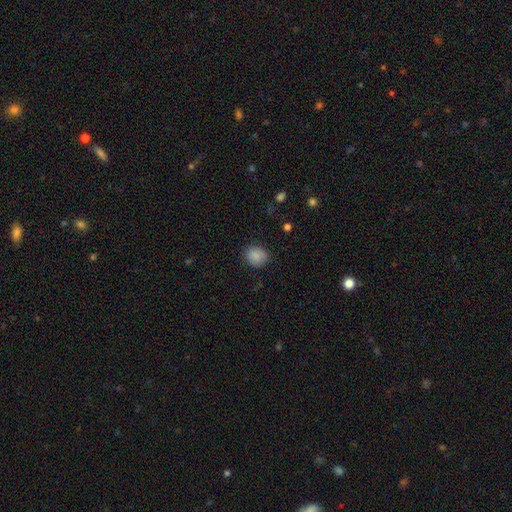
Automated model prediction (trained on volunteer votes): This is clearly a smooth galaxy (87%). How rounded: likely round (73%). Merging: clearly none (84%).